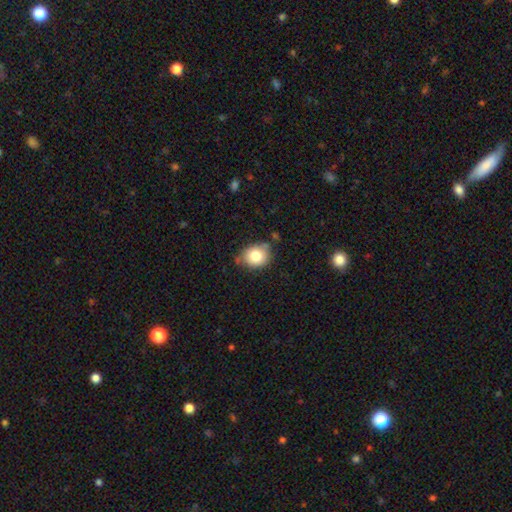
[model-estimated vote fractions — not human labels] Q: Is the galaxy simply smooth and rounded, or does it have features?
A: smooth — 79%.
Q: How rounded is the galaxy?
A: round — 65%.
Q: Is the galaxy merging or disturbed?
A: none — 72%.